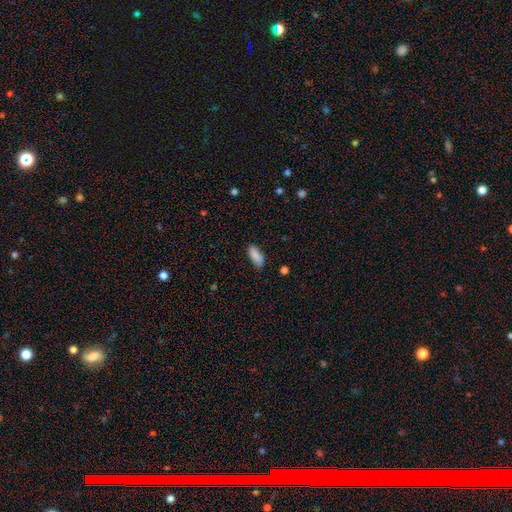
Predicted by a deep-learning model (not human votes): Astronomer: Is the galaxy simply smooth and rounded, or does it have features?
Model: smooth — 87%.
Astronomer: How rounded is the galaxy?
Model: in between — 76%.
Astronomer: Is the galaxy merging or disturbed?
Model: none — 79%.